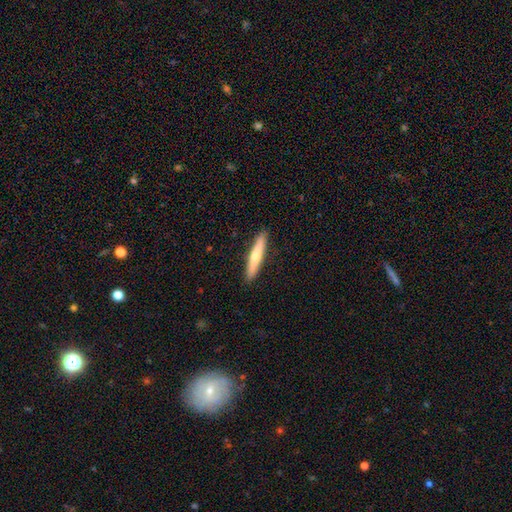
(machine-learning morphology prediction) Smooth or featured? smooth (59%)
How rounded? cigar-shaped (93%)
Merging? none (91%)